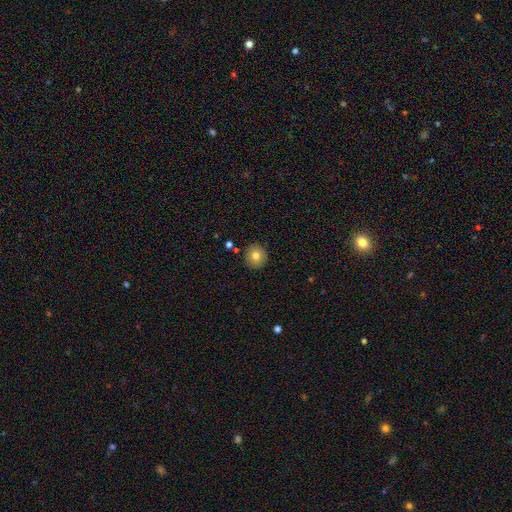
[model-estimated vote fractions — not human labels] Smooth or featured? Predicted: smooth (p=0.79). How rounded? Predicted: round (p=0.89). Merging? Predicted: none (p=0.89).